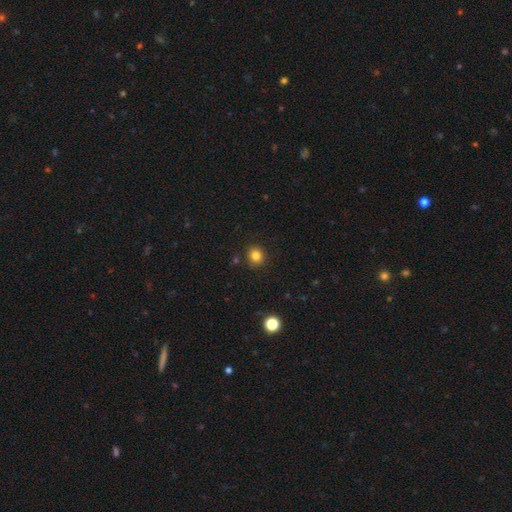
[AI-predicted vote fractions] Smooth or featured? smooth (82%)
How rounded? round (86%)
Merging? none (89%)